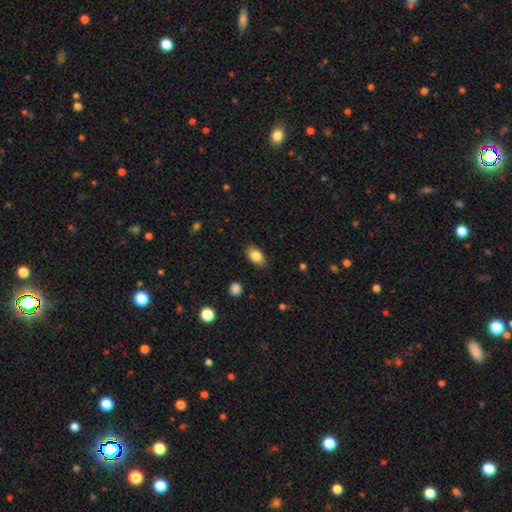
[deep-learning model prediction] The model was most divided on "merging": none: 84%, minor disturbance: 12%, major disturbance: 3%, merger: 1%. More confident: how rounded — in between (88%); smooth or featured — smooth (83%).